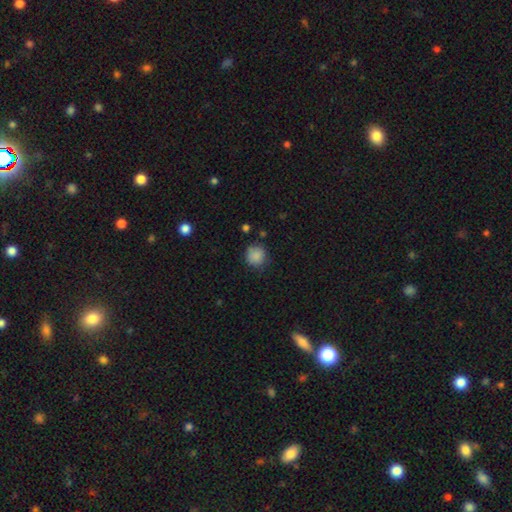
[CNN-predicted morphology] A smooth galaxy with no disk features (86%) that is round (89%). Merging: none (79%).